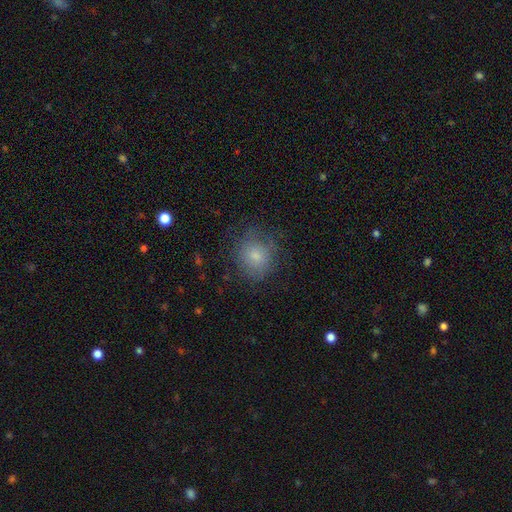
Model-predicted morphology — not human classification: This is likely a smooth galaxy (78%). How rounded: likely round (79%). Merging: likely none (70%).